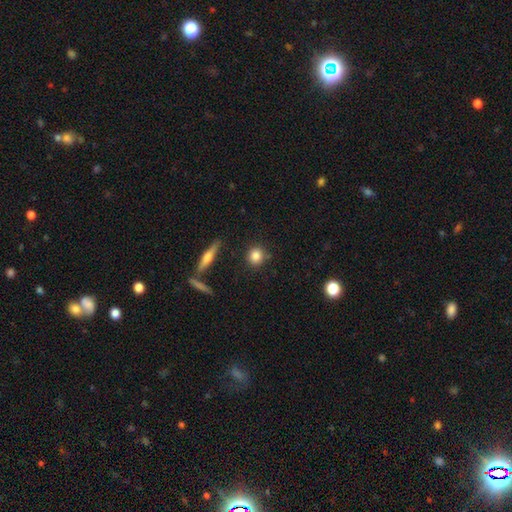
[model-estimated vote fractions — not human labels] Smooth or featured? Predicted: smooth (p=0.83). How rounded? Predicted: round (p=0.83). Merging? Predicted: none (p=0.84).